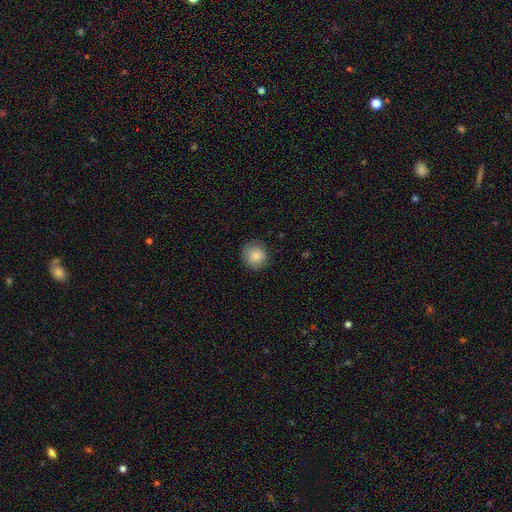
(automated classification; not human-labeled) Smooth or featured? Predicted: smooth (p=0.87). How rounded? Predicted: round (p=0.89). Merging? Predicted: none (p=0.83).